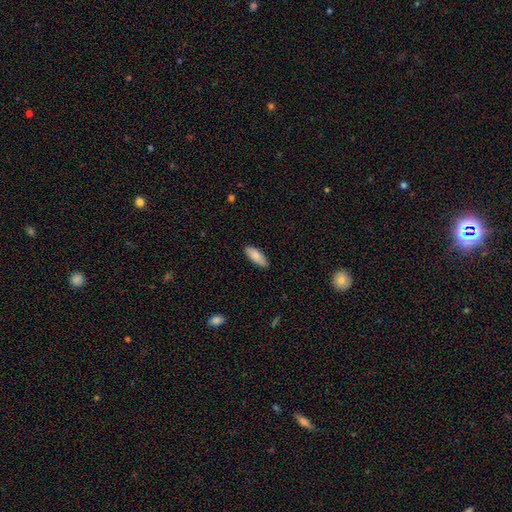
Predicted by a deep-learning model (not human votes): Smooth or featured: smooth — 85% (featured or disk — 10%)
How rounded: in between — 75% (cigar-shaped — 23%)
Merging: none — 87% (minor disturbance — 10%)